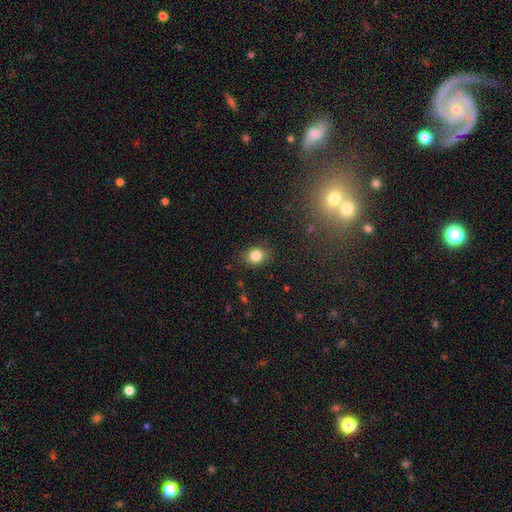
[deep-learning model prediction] This is clearly a smooth galaxy (84%). How rounded: possibly round (52%). Merging: clearly none (84%).